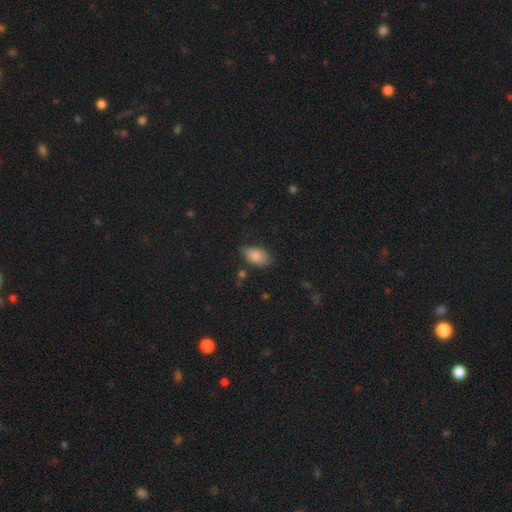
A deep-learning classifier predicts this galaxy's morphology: Smooth or featured: smooth — 83% (featured or disk — 9%)
How rounded: in between — 91% (round — 7%)
Merging: none — 61% (minor disturbance — 30%)